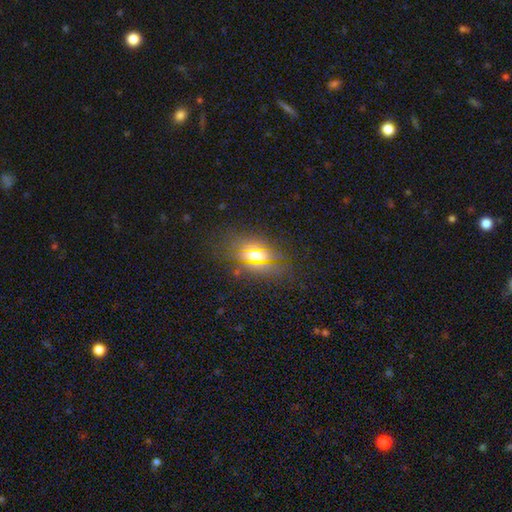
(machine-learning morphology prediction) A smooth galaxy with no disk features (45%). Merging: none (80%).